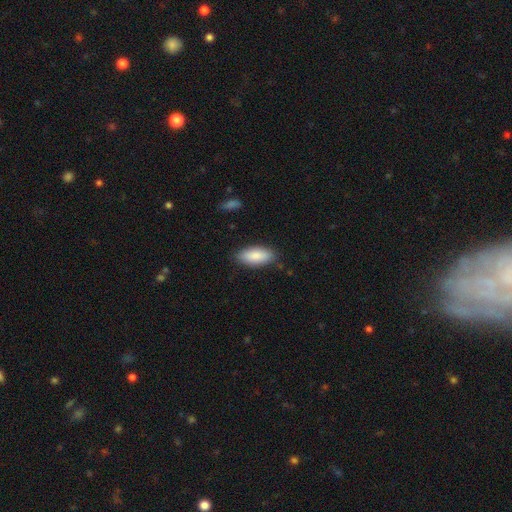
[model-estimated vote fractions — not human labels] Q: Smooth or featured?
A: smooth (87%); runner-up: featured or disk (7%)
Q: How rounded?
A: in between (85%); runner-up: cigar-shaped (14%)
Q: Merging?
A: none (84%); runner-up: minor disturbance (12%)